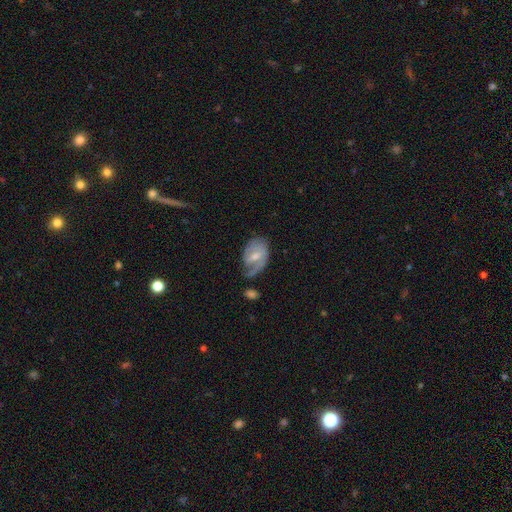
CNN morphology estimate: Smooth or featured? featured or disk (68%)
Edge-on disk? no (96%)
Bar? weak (56%)
Spiral arms? yes (86%)
Spiral winding? medium (41%)
Spiral arm count? 1 (43%)
Bulge size? moderate (52%)
Merging? none (47%)